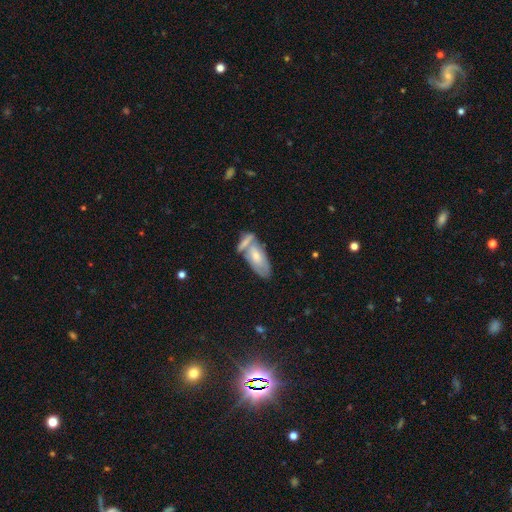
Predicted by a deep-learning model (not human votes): This appears to be a smooth galaxy with no disk features (56%) that is in between round and cigar-shaped (84%). Merging: none (37%, tied with merger).